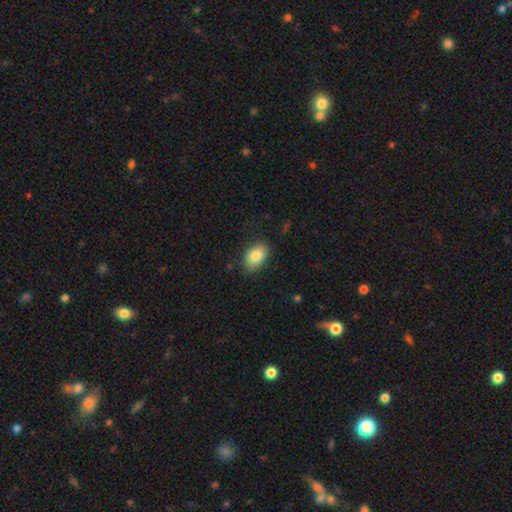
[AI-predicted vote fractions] Smooth or featured?
  - smooth: 85% *
  - featured or disk: 8%
  - star or artifact: 7%
How rounded?
  - in between: 89% *
  - round: 10%
  - cigar-shaped: 1%
Merging?
  - none: 82% *
  - minor disturbance: 14%
  - major disturbance: 3%
  - merger: 1%